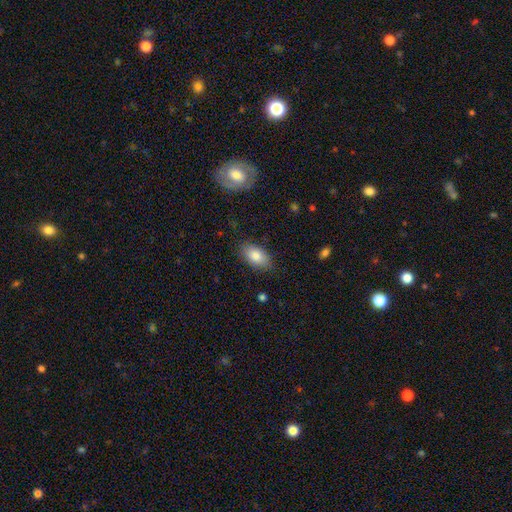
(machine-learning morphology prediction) Overall: smooth (83%). How rounded: in between (93%). Merging: none (84%).